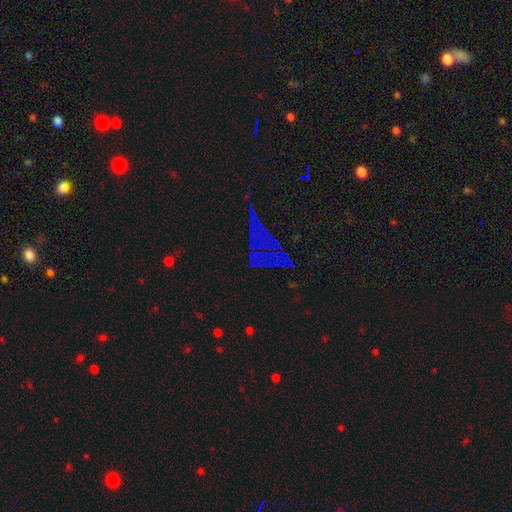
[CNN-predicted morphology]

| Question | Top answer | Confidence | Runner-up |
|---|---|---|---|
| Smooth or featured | star or artifact | 62% | smooth (19%) |